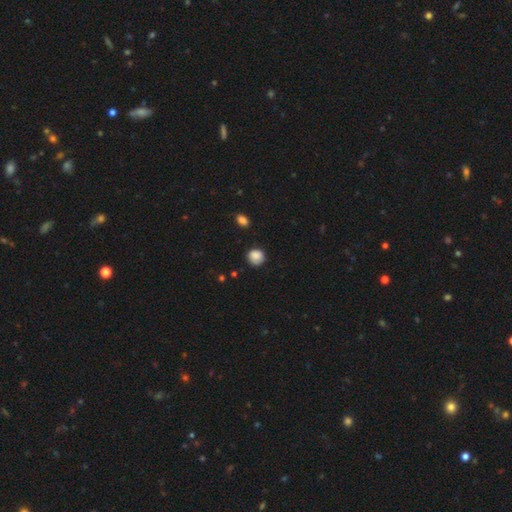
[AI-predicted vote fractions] Smooth or featured? Predicted: smooth (p=0.86). How rounded? Predicted: round (p=0.85). Merging? Predicted: none (p=0.77).